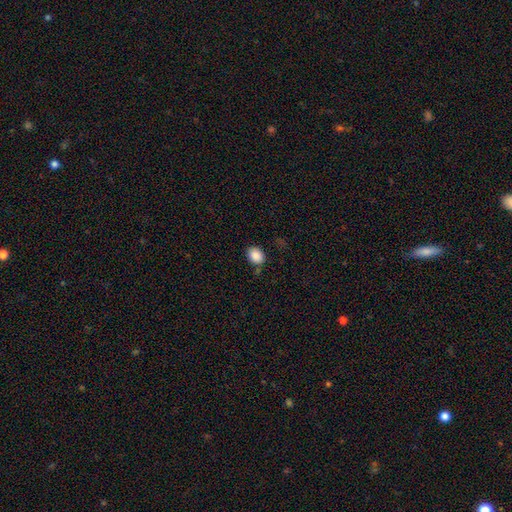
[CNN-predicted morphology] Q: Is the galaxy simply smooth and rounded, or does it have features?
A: smooth — 88%.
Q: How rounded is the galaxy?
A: in between — 52%.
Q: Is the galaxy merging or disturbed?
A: none — 79%.